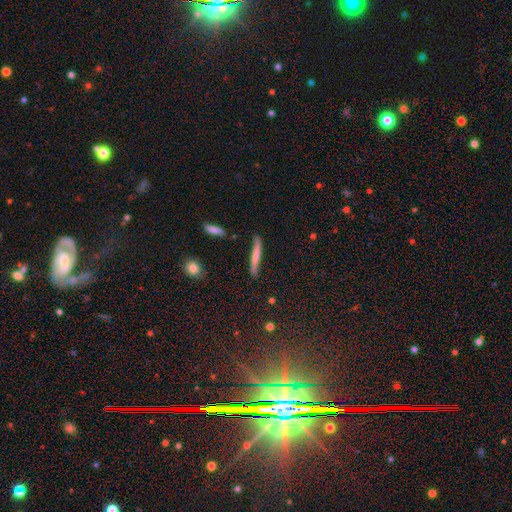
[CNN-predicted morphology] smooth-or-featured: smooth: 65% | featured or disk: 28% | star or artifact: 7%
  how-rounded: cigar-shaped: 94% | in between: 5% | round: 2%
  merging: none: 74% | minor disturbance: 18% | major disturbance: 4% | merger: 3%